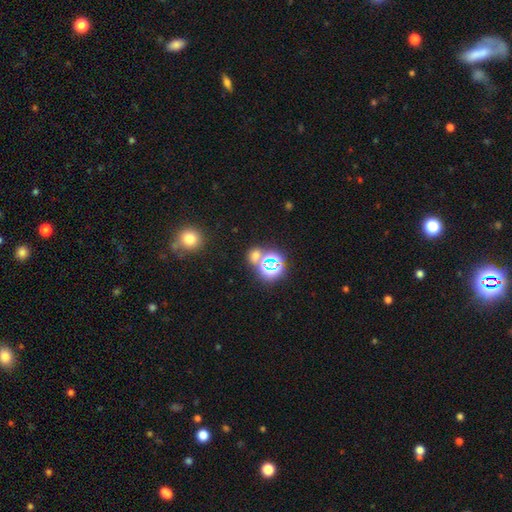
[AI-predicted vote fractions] This appears to be a star or artifact, not a galaxy (48%).